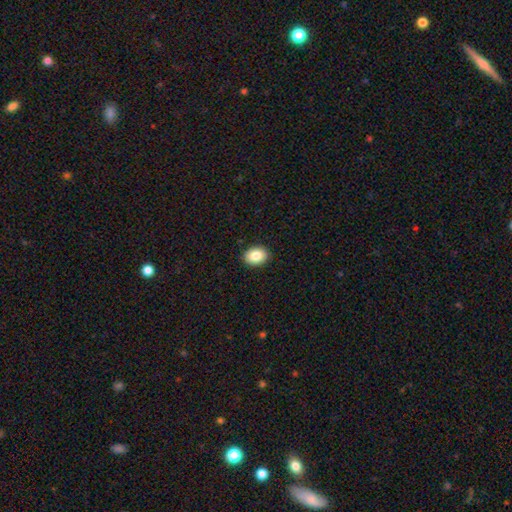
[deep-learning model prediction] The model was most divided on "how rounded": in between: 71%, round: 28%, cigar-shaped: 1%. More confident: merging — none (91%); smooth or featured — smooth (86%).